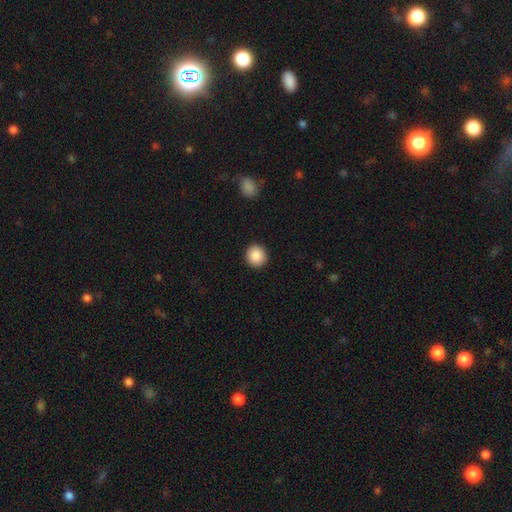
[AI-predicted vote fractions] Smooth or featured: smooth — 88% (star or artifact — 8%)
How rounded: round — 92% (in between — 8%)
Merging: none — 93% (minor disturbance — 5%)